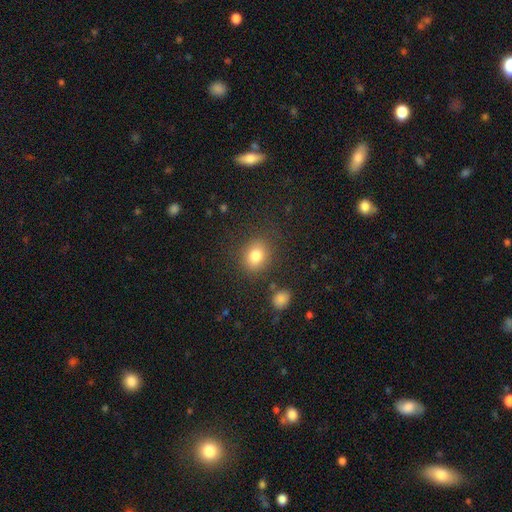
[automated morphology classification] Smooth or featured? Predicted: smooth (p=0.81). How rounded? Predicted: round (p=0.64). Merging? Predicted: none (p=0.82).